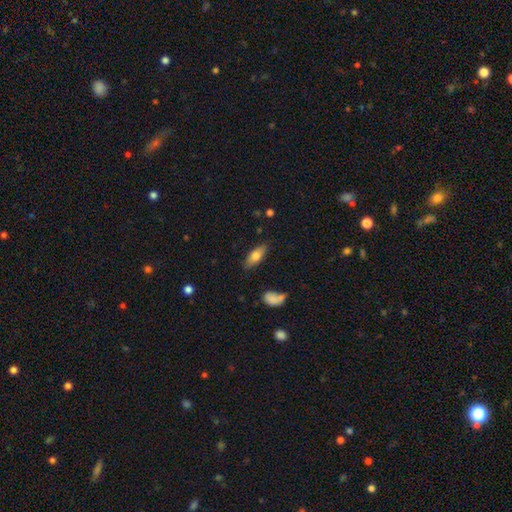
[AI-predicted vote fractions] This appears to be a smooth galaxy with no disk features (69%) that is in between round and cigar-shaped (73%). Merging: none (81%).